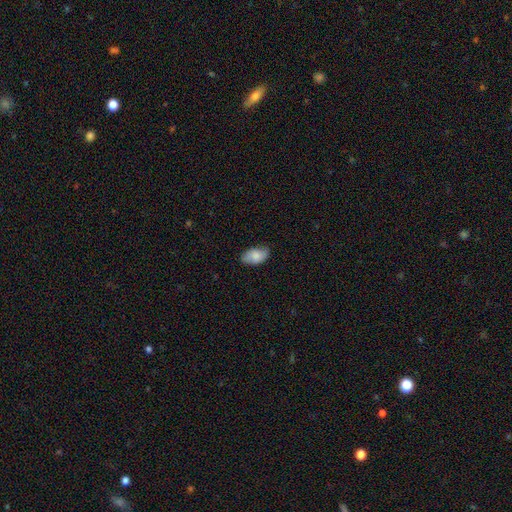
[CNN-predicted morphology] This appears to be a smooth galaxy with no disk features (76%) that is in between round and cigar-shaped (93%). Merging: none (77%).